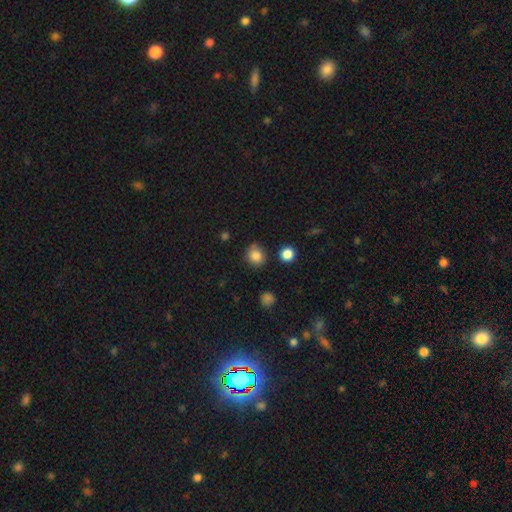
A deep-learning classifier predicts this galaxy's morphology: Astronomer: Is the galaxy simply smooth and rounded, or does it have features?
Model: smooth — 84%.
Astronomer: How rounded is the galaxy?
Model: round — 73%.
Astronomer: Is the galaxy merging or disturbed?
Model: none — 79%.